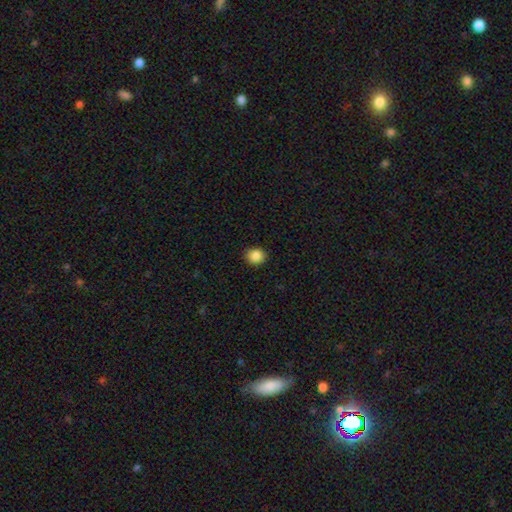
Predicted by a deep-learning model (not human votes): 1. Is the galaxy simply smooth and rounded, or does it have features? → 86% smooth, 10% star or artifact, 4% featured or disk.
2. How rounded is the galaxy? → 76% round, 23% in between, 1% cigar-shaped.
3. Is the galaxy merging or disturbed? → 91% none, 7% minor disturbance, 2% major disturbance, 1% merger.